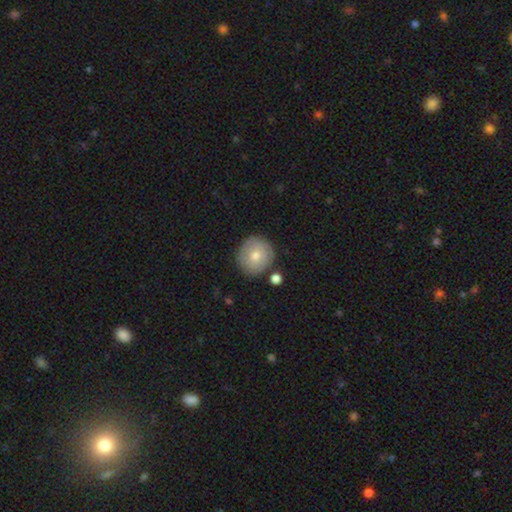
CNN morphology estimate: A smooth galaxy with no disk features (70%) that is round (91%). Merging: none (85%).